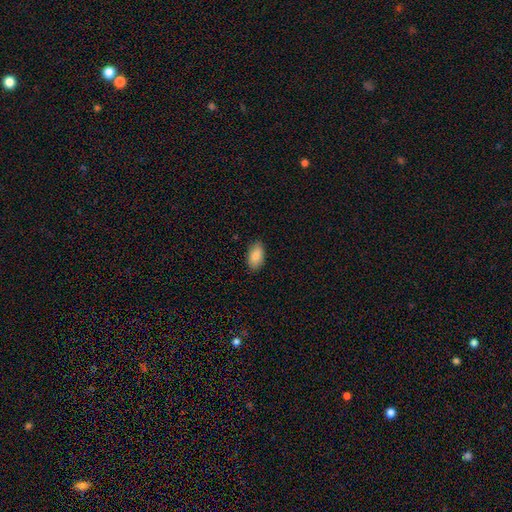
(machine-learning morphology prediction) A smooth galaxy with no disk features (87%) that is in between round and cigar-shaped (94%). Merging: none (88%).